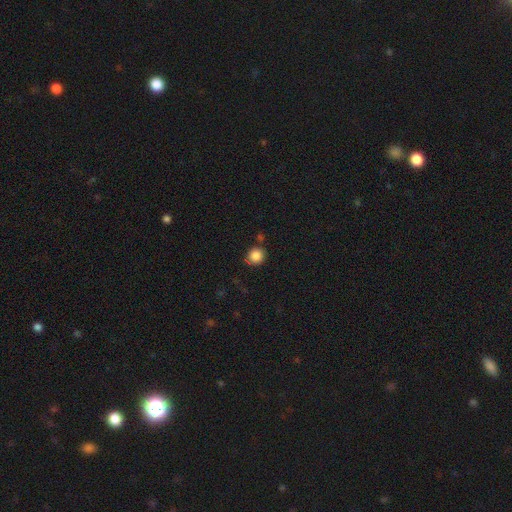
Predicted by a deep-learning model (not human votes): Smooth or featured?
  - smooth: 86% *
  - star or artifact: 10%
  - featured or disk: 4%
How rounded?
  - round: 92% *
  - in between: 7%
  - cigar-shaped: 1%
Merging?
  - none: 79% *
  - minor disturbance: 12%
  - merger: 6%
  - major disturbance: 3%